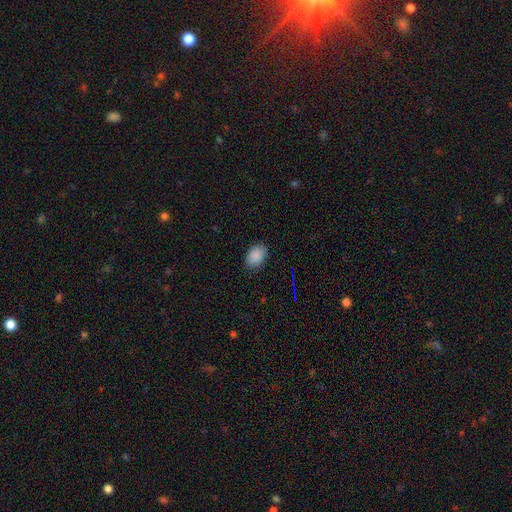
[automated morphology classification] type=smooth (88%); roundness=in between (85%); merging=none (84%).